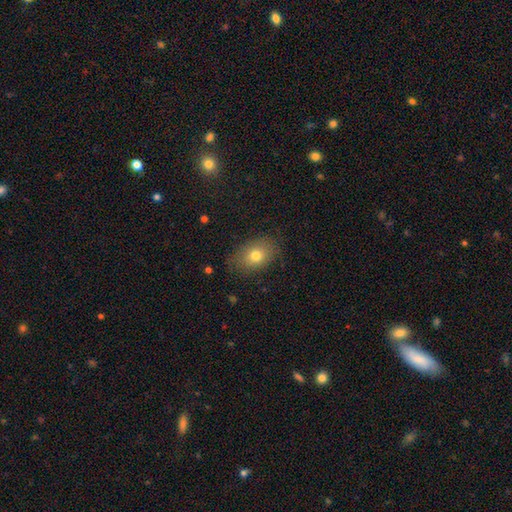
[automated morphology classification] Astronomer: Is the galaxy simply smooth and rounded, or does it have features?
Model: smooth — 75%.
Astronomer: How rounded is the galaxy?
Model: in between — 75%.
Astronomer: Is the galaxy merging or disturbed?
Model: none — 79%.